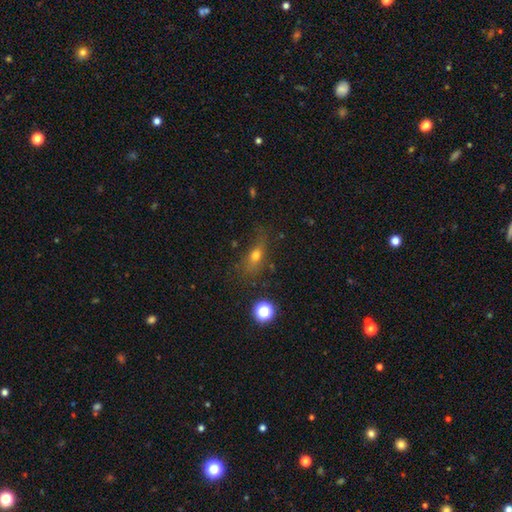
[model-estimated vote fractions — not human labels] This is likely a smooth galaxy (63%). How rounded: likely in between (62%). Merging: possibly none (58%).